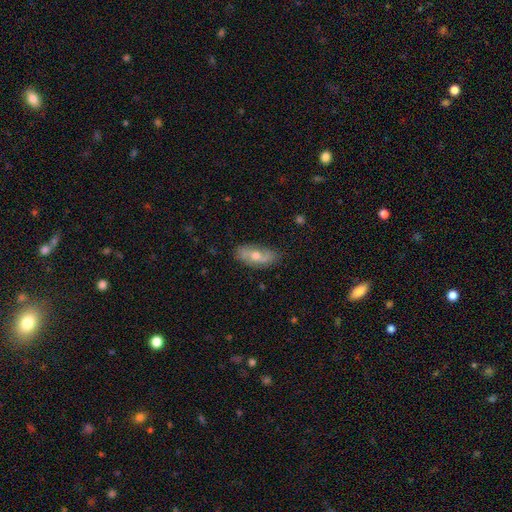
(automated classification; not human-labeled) This appears to be a featured or disk galaxy (47%). Merging: none (78%).